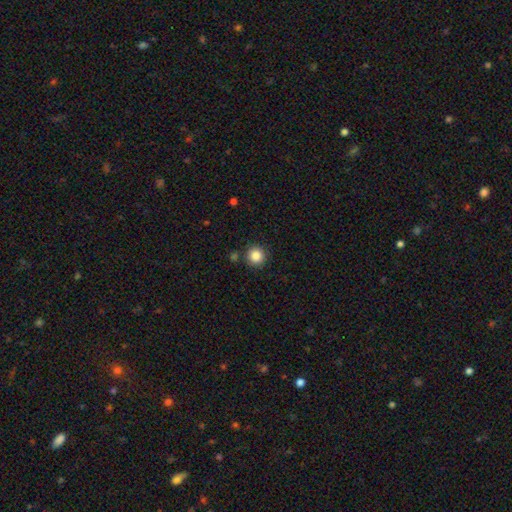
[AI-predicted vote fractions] smooth 86%, star or artifact 10%, featured or disk 4%. Down the decision tree: how rounded — round (95%); merging — none (86%).